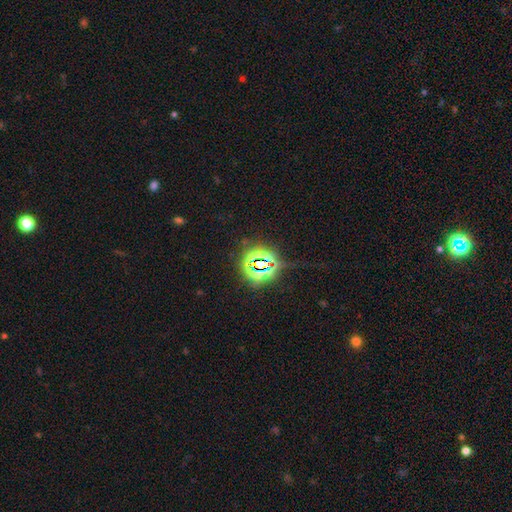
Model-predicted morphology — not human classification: Smooth or featured? Predicted: star or artifact (p=0.81).